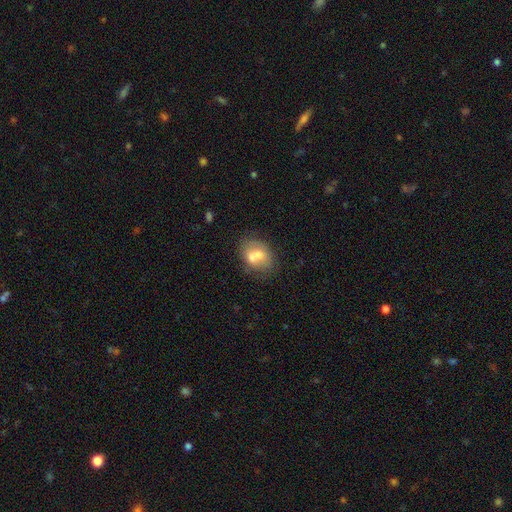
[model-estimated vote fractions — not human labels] Smooth or featured? smooth (59%)
How rounded? in between (62%)
Merging? merger (44%)